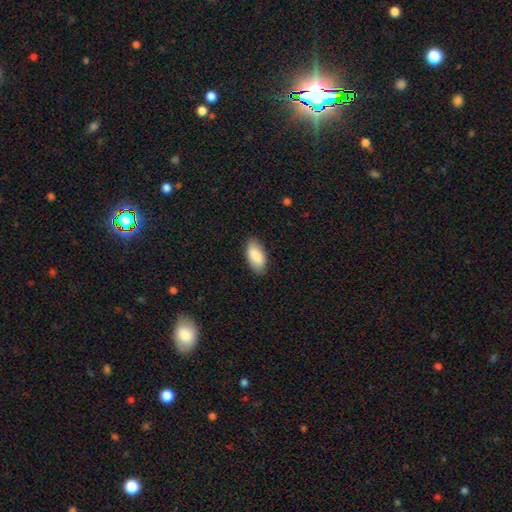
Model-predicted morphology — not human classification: smooth-or-featured: smooth: 87% | featured or disk: 7% | star or artifact: 6%
  how-rounded: in between: 93% | cigar-shaped: 5% | round: 2%
  merging: none: 84% | minor disturbance: 12% | major disturbance: 2% | merger: 1%